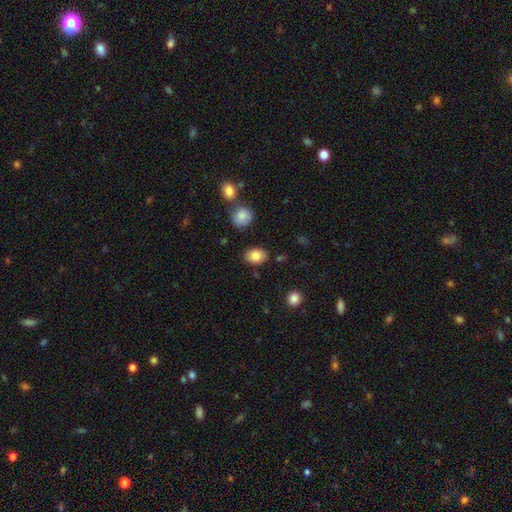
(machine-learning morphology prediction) Q: Smooth or featured?
A: smooth (84%); runner-up: star or artifact (8%)
Q: How rounded?
A: in between (72%); runner-up: round (27%)
Q: Merging?
A: none (84%); runner-up: minor disturbance (11%)